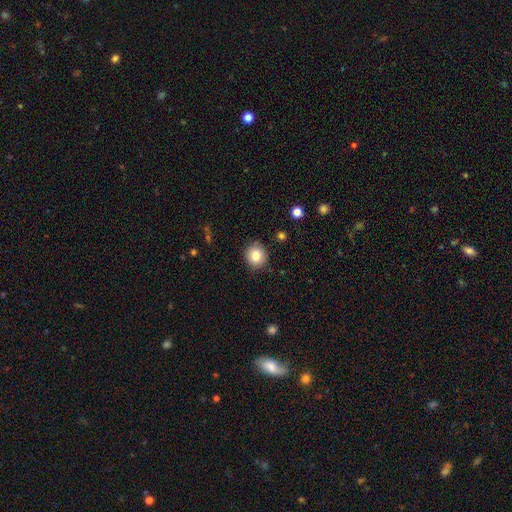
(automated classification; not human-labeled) Smooth or featured? Predicted: smooth (p=0.82). How rounded? Predicted: round (p=0.87). Merging? Predicted: none (p=0.87).